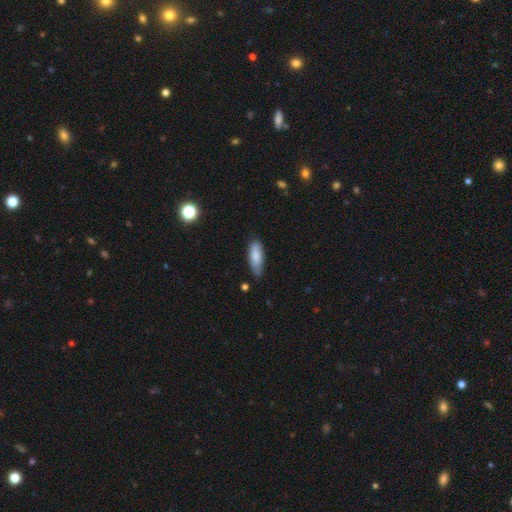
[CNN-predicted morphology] A smooth galaxy with no disk features (83%) that is in between round and cigar-shaped (66%). Merging: none (68%).